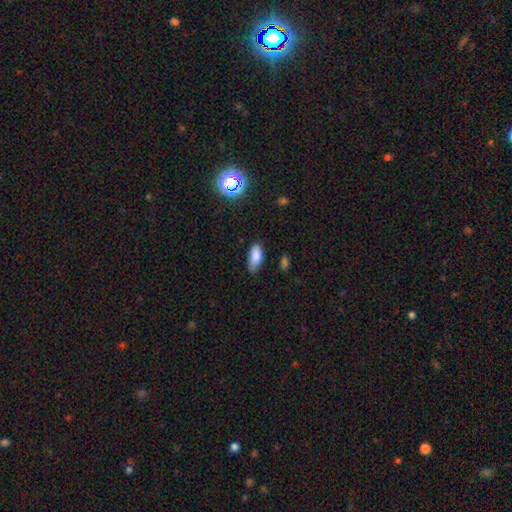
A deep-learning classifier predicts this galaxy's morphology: Smooth or featured? smooth (84%)
How rounded? in between (89%)
Merging? none (72%)